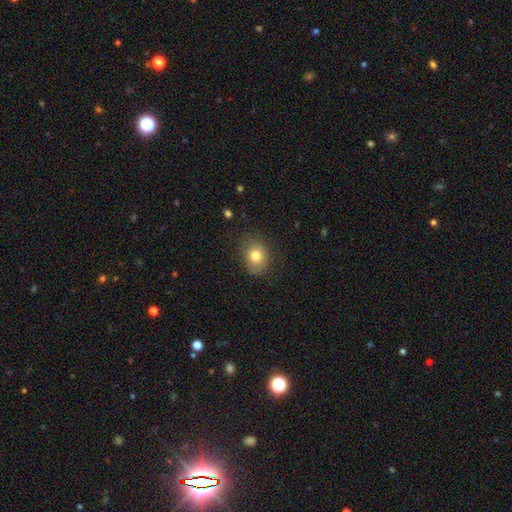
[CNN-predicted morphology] Smooth or featured? smooth (79%)
How rounded? round (50%)
Merging? none (78%)